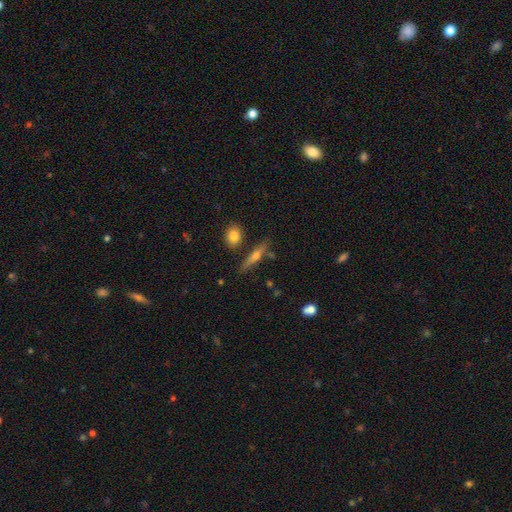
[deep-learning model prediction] The model was most divided on "smooth or featured" (2-way tie): smooth: 46%, featured or disk: 46%, star or artifact: 8%. More confident: merging — none (77%).